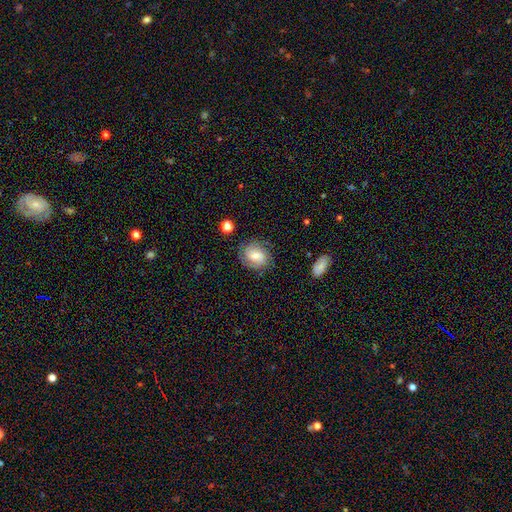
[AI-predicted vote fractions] Smooth or featured? Predicted: featured or disk (p=0.68). Edge-on disk? Predicted: no (p=0.97). Bar? Predicted: no (p=0.51). Spiral arms? Predicted: yes (p=0.93). Spiral winding? Predicted: tight (p=0.53). Spiral arm count? Predicted: 2 (p=0.50). Bulge size? Predicted: small (p=0.47). Merging? Predicted: none (p=0.79).